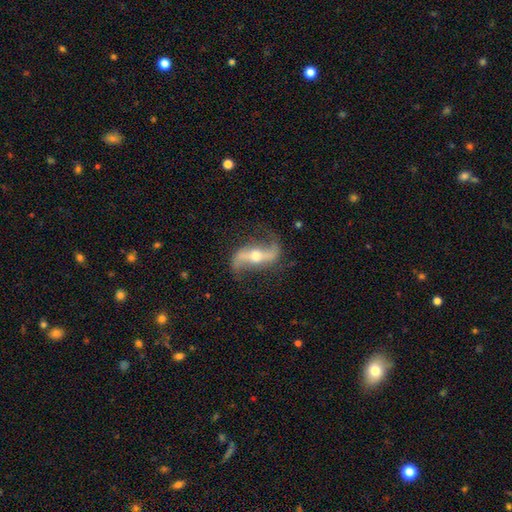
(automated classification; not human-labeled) smooth_or_featured: featured or disk (p=0.89) [alt: smooth p=0.06]
disk_edge_on: no (p=0.90) [alt: yes p=0.10]
bar: strong (p=0.52) [alt: weak p=0.26]
has_spiral_arms: yes (p=0.95) [alt: no p=0.05]
spiral_winding: loose (p=0.76) [alt: medium p=0.18]
spiral_arm_count: 2 (p=0.93) [alt: can't tell p=0.02]
bulge_size: moderate (p=0.63) [alt: small p=0.29]
merging: none (p=0.78) [alt: minor disturbance p=0.14]